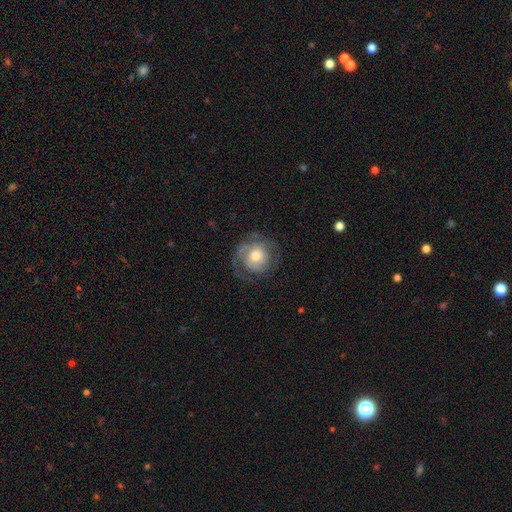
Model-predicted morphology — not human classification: The model was most divided on "spiral arm count": 2: 41%, can't tell: 25%, 1: 19%, 3: 9%, 4: 3%, more than 4: 3%. More confident: edge-on disk — no (98%); spiral arms — yes (87%); bar — no (78%); merging — none (69%); smooth or featured — featured or disk (65%); bulge size — moderate (58%); spiral winding — tight (55%).